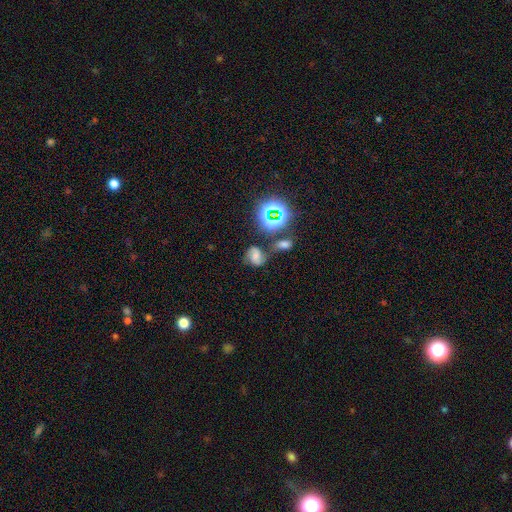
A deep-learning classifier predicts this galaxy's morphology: This is possibly a featured or disk galaxy (46%). Merging: possibly none (58%).